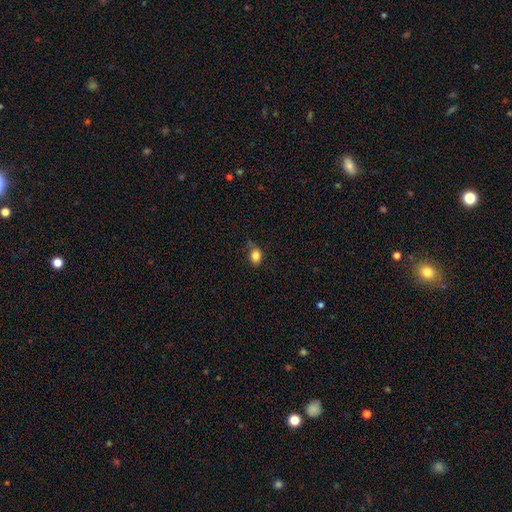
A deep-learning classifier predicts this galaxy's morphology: The model was most divided on "how rounded": in between: 61%, round: 38%, cigar-shaped: 1%. More confident: smooth or featured — smooth (83%); merging — none (60%).